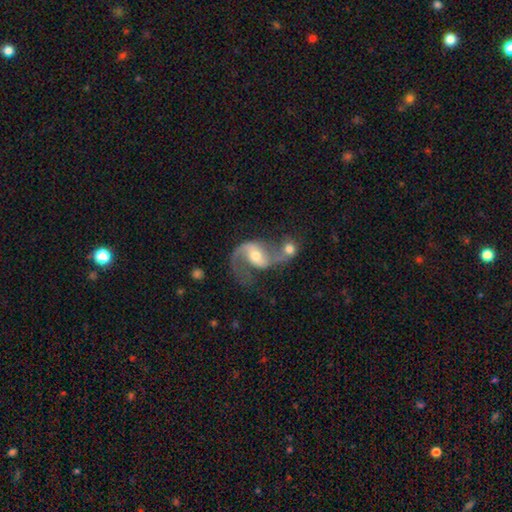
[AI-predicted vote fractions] Q: Smooth or featured?
A: featured or disk (83%); runner-up: smooth (11%)
Q: Edge-on disk?
A: no (97%); runner-up: yes (3%)
Q: Bar?
A: weak (45%); runner-up: no (33%)
Q: Spiral arms?
A: yes (94%); runner-up: no (6%)
Q: Spiral winding?
A: loose (65%); runner-up: medium (30%)
Q: Spiral arm count?
A: 2 (82%); runner-up: 1 (13%)
Q: Bulge size?
A: moderate (66%); runner-up: small (20%)
Q: Merging?
A: merger (49%); runner-up: none (27%)